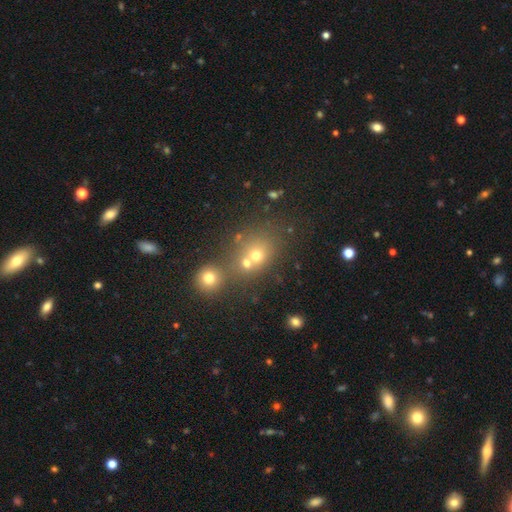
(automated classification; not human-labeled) A smooth galaxy with no disk features (65%) that is round (70%). Merging: none (44%, tied with merger).